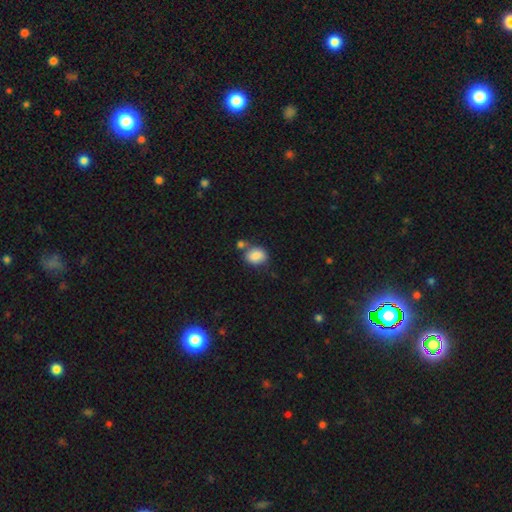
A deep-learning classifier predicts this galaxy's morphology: smooth 86%, star or artifact 8%, featured or disk 6%. Down the decision tree: how rounded — in between (52%); merging — none (61%).